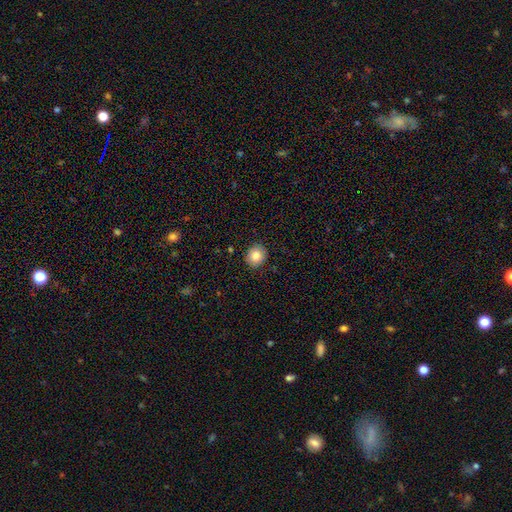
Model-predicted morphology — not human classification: Smooth or featured? smooth (84%)
How rounded? round (82%)
Merging? none (90%)